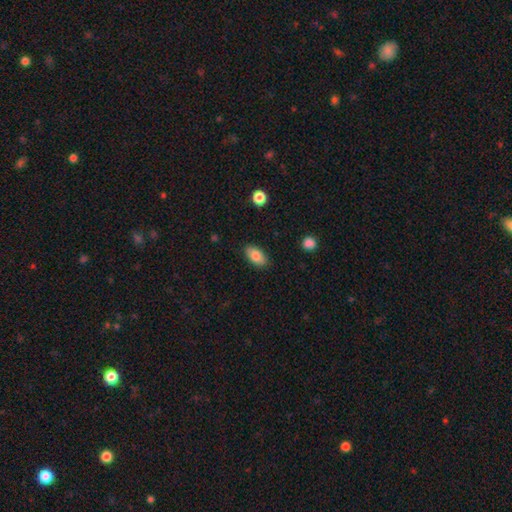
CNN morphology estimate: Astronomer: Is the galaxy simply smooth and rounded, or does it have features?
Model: smooth — 83%.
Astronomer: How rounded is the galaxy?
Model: in between — 92%.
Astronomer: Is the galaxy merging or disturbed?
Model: none — 86%.